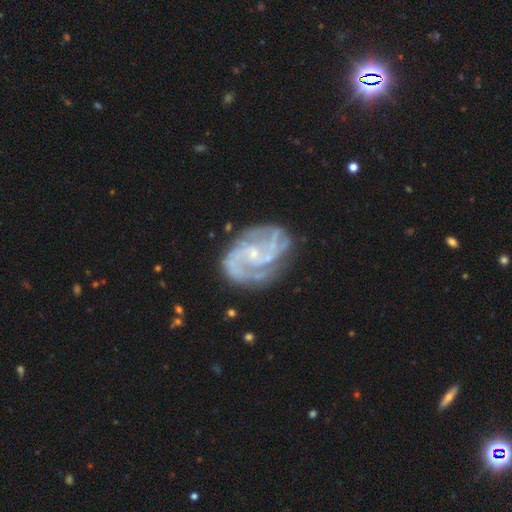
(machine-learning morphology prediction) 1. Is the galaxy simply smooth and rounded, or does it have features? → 88% featured or disk, 7% star or artifact, 5% smooth.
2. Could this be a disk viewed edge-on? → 98% no, 2% yes.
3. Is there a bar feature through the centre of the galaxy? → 57% no, 33% weak, 10% strong.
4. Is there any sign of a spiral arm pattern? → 97% yes, 3% no.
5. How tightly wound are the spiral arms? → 45% tight (tied), 45% medium (tied), 10% loose.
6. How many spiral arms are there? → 44% 2, 23% 3, 13% can't tell, 8% 4, 6% more than 4, 6% 1.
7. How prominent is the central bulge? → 75% small, 19% moderate, 4% none, 1% large, 1% dominant.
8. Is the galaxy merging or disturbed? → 74% none, 17% minor disturbance, 7% major disturbance, 2% merger.